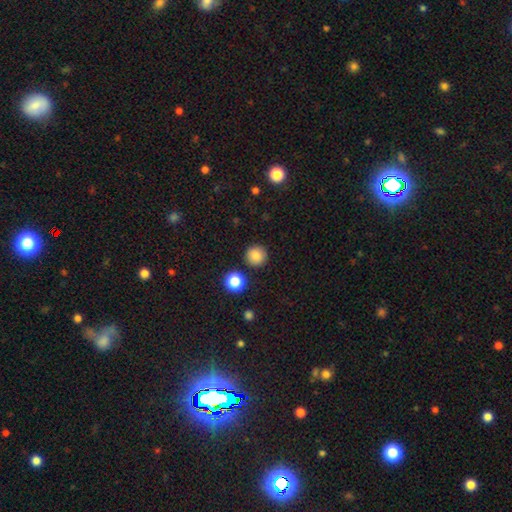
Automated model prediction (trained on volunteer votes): Q: Smooth or featured?
A: smooth (84%); runner-up: star or artifact (11%)
Q: How rounded?
A: round (95%); runner-up: in between (4%)
Q: Merging?
A: none (91%); runner-up: minor disturbance (5%)